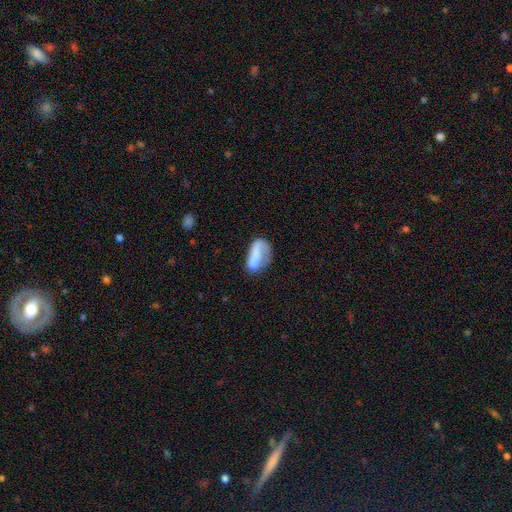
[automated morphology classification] Overall: smooth (62%; featured or disk 30%). How rounded: in between (85%). Merging: none (37%; major disturbance 30%).